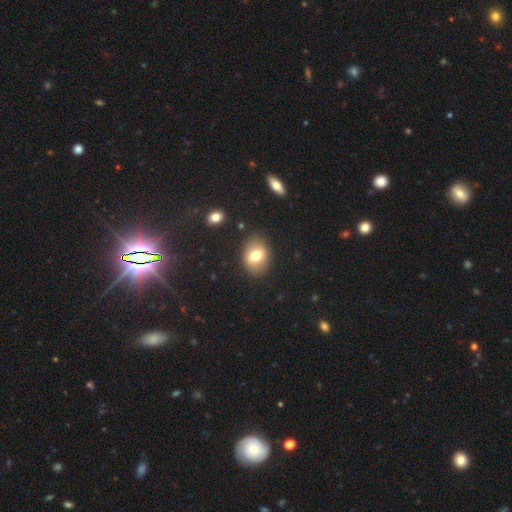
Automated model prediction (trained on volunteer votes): The model was most divided on "how rounded": in between: 62%, round: 37%, cigar-shaped: 1%. More confident: merging — none (84%); smooth or featured — smooth (66%).